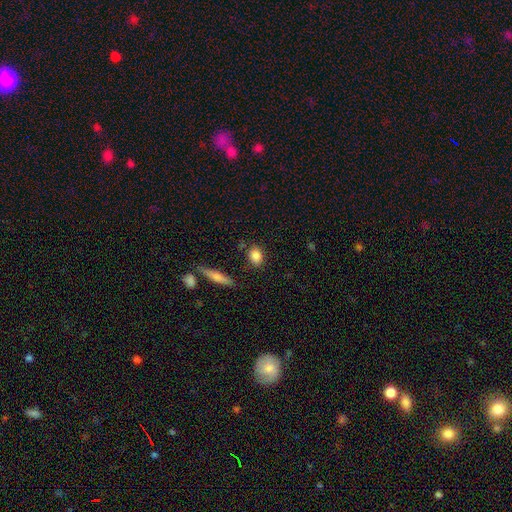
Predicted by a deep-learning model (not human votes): This is clearly a smooth galaxy (85%). How rounded: likely in between (63%). Merging: clearly none (81%).